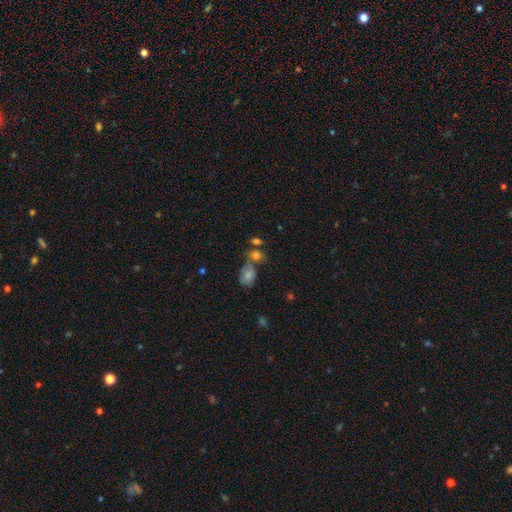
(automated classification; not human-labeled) Overall: smooth (58%; star or artifact 25%). How rounded: in between (62%; round 34%). Merging: none (48%; merger 34%).